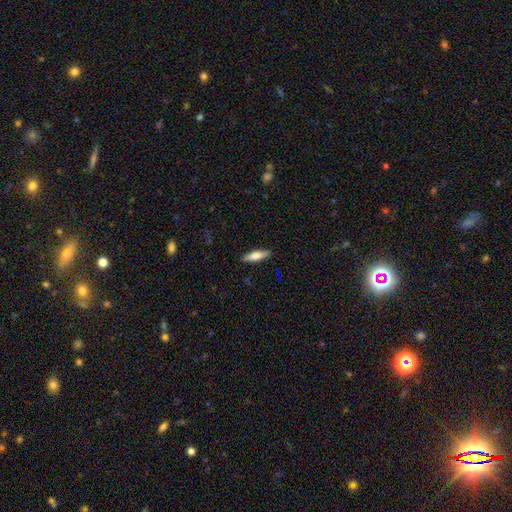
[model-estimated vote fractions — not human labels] A smooth galaxy with no disk features (70%) that is cigar-shaped (63%).

Vote fractions:
- Smooth or featured? smooth: 70% / featured or disk: 24% / star or artifact: 6%
- How rounded? cigar-shaped: 63% / in between: 35% / round: 2%
- Merging? none: 89% / minor disturbance: 8% / major disturbance: 2% / merger: 1%